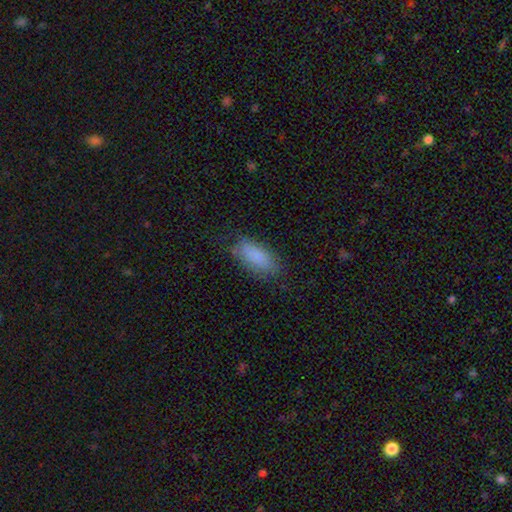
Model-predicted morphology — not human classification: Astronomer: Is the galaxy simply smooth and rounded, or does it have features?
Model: smooth — 86%.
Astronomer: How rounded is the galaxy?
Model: in between — 80%.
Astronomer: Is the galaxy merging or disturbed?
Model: none — 75%.